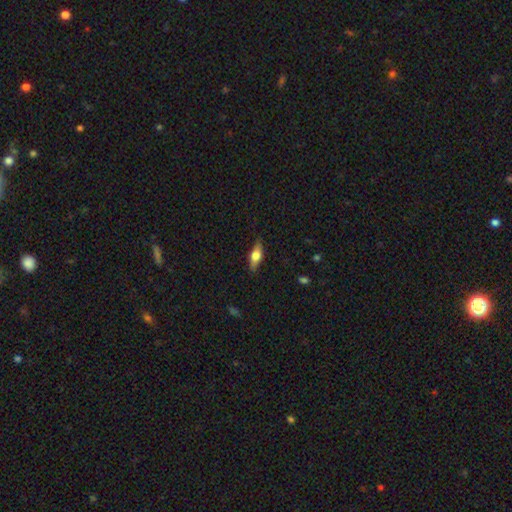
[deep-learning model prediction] smooth_or_featured: smooth (p=0.51) [alt: featured or disk p=0.42]
how_rounded: in between (p=0.59) [alt: cigar-shaped p=0.37]
merging: none (p=0.82) [alt: minor disturbance p=0.14]